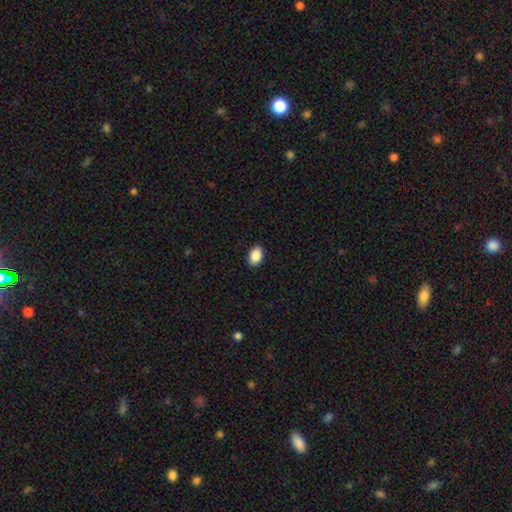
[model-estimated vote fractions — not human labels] A smooth galaxy with no disk features (89%) that is in between round and cigar-shaped (85%). Merging: none (90%).